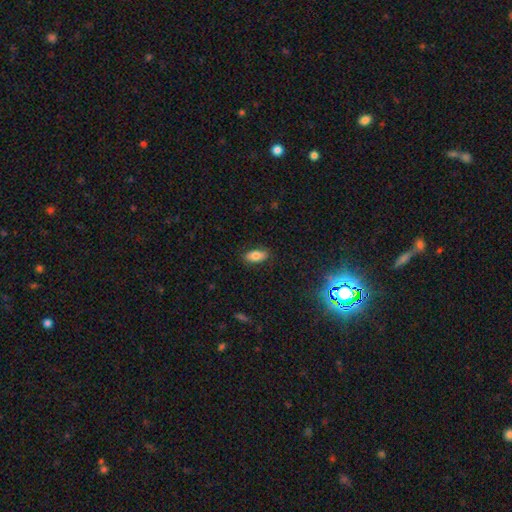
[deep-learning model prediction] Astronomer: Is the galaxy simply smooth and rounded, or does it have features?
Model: smooth — 79%.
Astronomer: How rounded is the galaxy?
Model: in between — 87%.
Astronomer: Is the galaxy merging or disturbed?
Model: none — 87%.